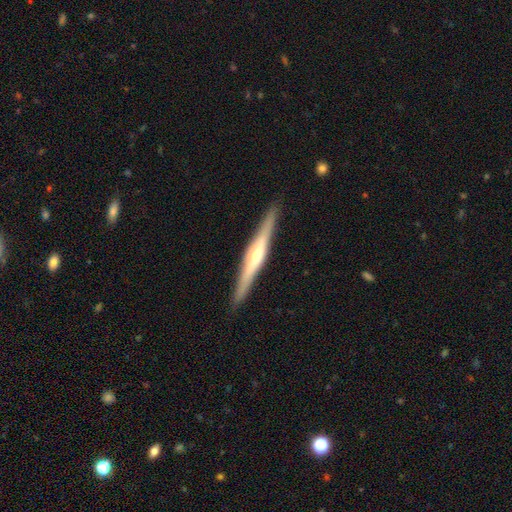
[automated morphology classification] Smooth or featured? Predicted: featured or disk (p=0.74). Edge-on disk? Predicted: yes (p=0.97). Edge-on bulge? Predicted: rounded (p=0.81). Merging? Predicted: none (p=0.91).